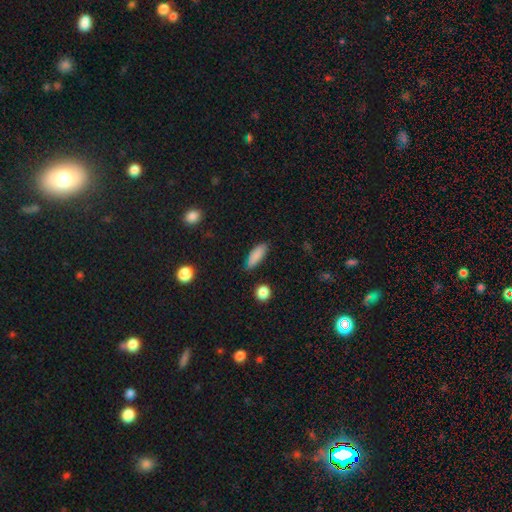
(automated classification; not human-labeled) smooth 86%, star or artifact 8%, featured or disk 7%. Down the decision tree: how rounded — in between (64%); merging — none (82%).